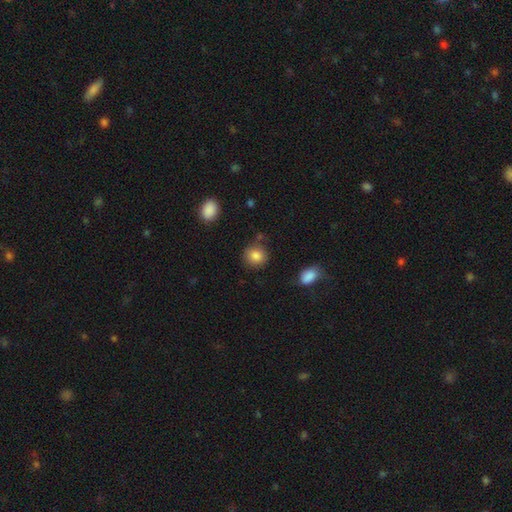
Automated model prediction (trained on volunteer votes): smooth_or_featured: smooth (p=0.85) [alt: star or artifact p=0.09]
how_rounded: round (p=0.83) [alt: in between p=0.16]
merging: none (p=0.80) [alt: minor disturbance p=0.12]